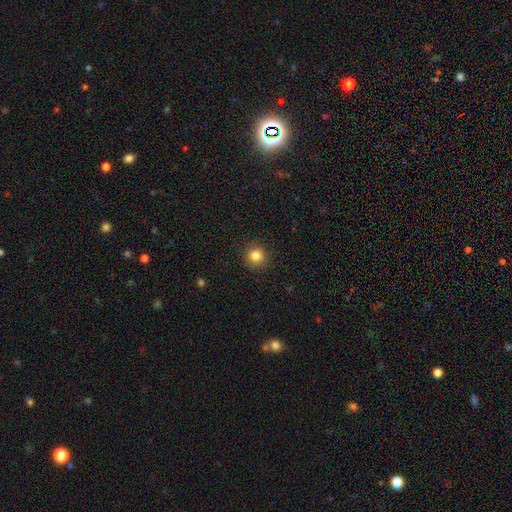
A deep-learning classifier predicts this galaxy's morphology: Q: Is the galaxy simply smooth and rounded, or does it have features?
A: smooth — 84%.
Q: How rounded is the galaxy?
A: round — 94%.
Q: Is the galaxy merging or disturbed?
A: none — 92%.